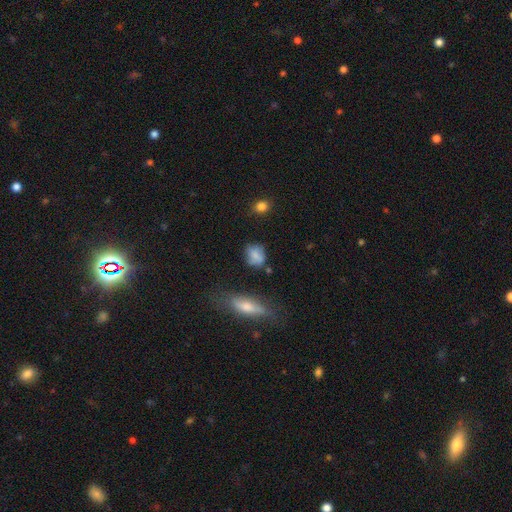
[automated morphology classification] Smooth or featured? smooth (71%)
How rounded? round (49%)
Merging? none (61%)